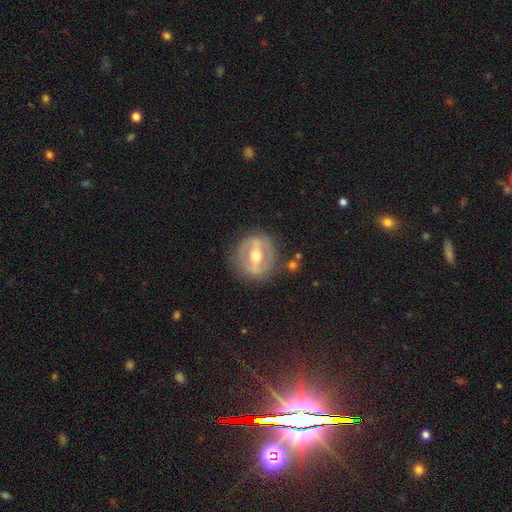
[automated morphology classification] Q: Smooth or featured?
A: featured or disk (74%); runner-up: smooth (20%)
Q: Edge-on disk?
A: no (91%); runner-up: yes (9%)
Q: Bar?
A: strong (63%); runner-up: weak (25%)
Q: Spiral arms?
A: no (63%); runner-up: yes (37%)
Q: Bulge size?
A: moderate (72%); runner-up: small (21%)
Q: Merging?
A: none (81%); runner-up: minor disturbance (12%)